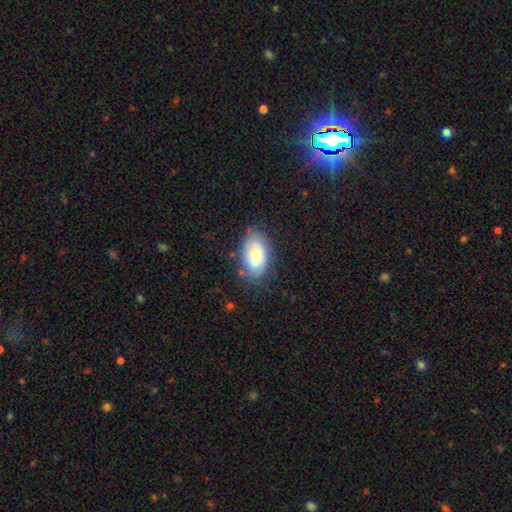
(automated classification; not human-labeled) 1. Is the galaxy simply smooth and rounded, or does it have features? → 80% smooth, 13% featured or disk, 7% star or artifact.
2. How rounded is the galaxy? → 94% in between, 4% round, 2% cigar-shaped.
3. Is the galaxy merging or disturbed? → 74% none, 19% minor disturbance, 6% major disturbance, 2% merger.